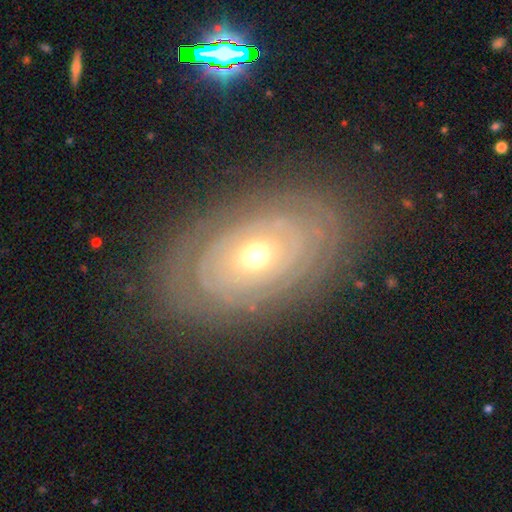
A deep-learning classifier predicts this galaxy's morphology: smooth_or_featured: featured or disk (p=0.76) [alt: smooth p=0.18]
disk_edge_on: no (p=0.93) [alt: yes p=0.07]
bar: no (p=0.86) [alt: weak p=0.10]
has_spiral_arms: yes (p=0.67) [alt: no p=0.33]
bulge_size: moderate (p=0.57) [alt: small p=0.38]
merging: none (p=0.81) [alt: minor disturbance p=0.12]